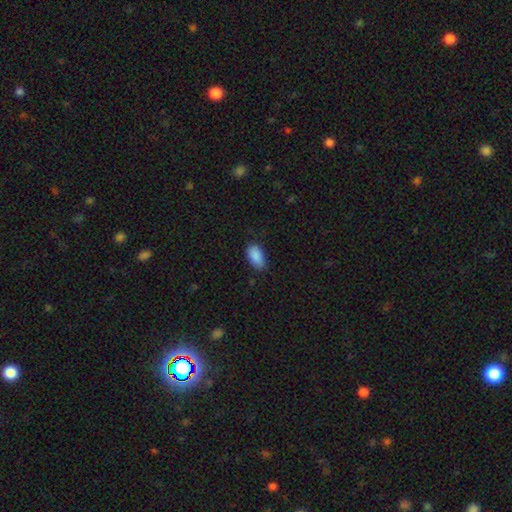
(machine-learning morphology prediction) A smooth galaxy with no disk features (89%) that is in between round and cigar-shaped (94%).

Vote fractions:
- Smooth or featured? smooth: 89% / star or artifact: 7% / featured or disk: 4%
- How rounded? in between: 94% / round: 4% / cigar-shaped: 3%
- Merging? none: 74% / minor disturbance: 21% / major disturbance: 4% / merger: 1%